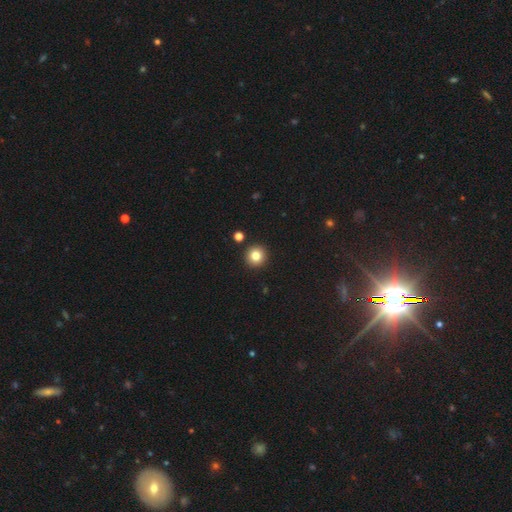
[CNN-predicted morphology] Smooth or featured?
  - smooth: 83% *
  - star or artifact: 11%
  - featured or disk: 6%
How rounded?
  - round: 94% *
  - in between: 5%
  - cigar-shaped: 1%
Merging?
  - none: 91% *
  - minor disturbance: 5%
  - merger: 3%
  - major disturbance: 2%